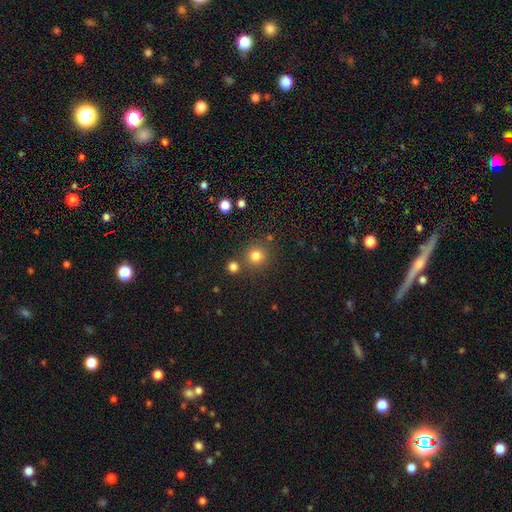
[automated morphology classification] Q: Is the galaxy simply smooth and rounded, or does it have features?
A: smooth — 80%.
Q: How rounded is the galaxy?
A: round — 91%.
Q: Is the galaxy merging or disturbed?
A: none — 78%.